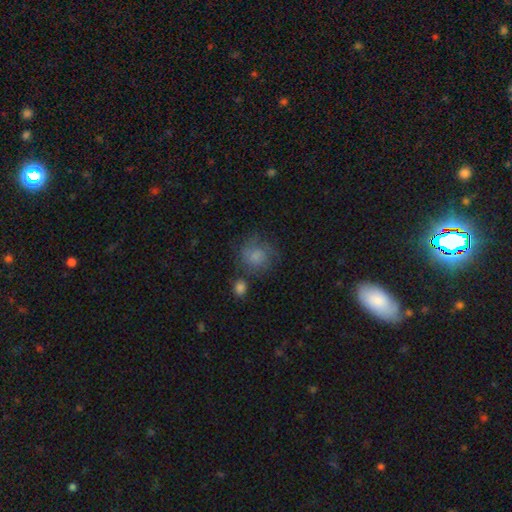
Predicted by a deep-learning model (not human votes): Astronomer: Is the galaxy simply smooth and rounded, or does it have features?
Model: smooth — 72%.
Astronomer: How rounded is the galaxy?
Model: round — 81%.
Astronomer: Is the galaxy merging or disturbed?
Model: none — 56%.